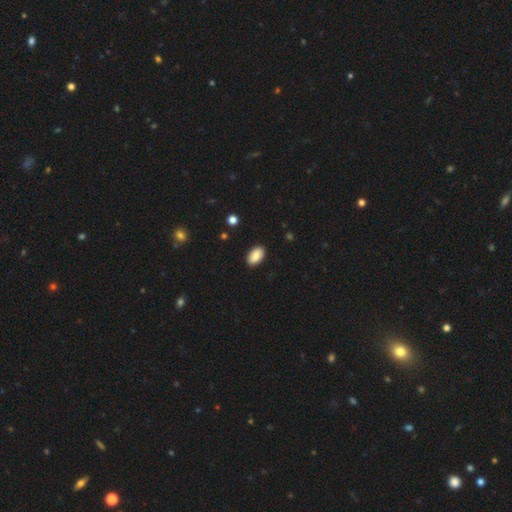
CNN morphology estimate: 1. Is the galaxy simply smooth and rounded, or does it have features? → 86% smooth, 7% star or artifact, 7% featured or disk.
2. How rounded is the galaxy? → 94% in between, 4% round, 2% cigar-shaped.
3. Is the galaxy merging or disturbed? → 89% none, 8% minor disturbance, 2% major disturbance, 1% merger.